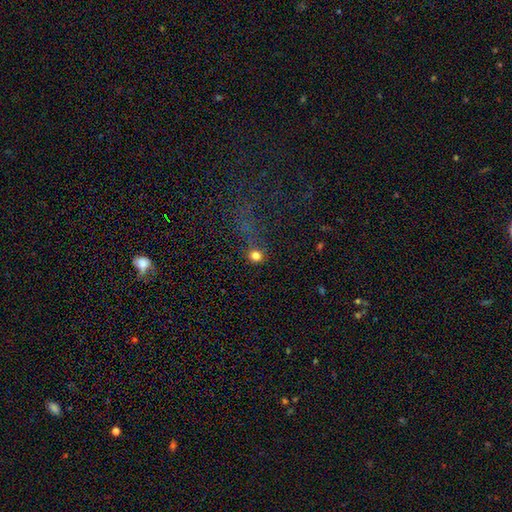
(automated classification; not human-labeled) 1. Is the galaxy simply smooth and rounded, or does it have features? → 76% smooth, 19% star or artifact, 5% featured or disk.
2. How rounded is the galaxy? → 89% round, 9% in between, 1% cigar-shaped.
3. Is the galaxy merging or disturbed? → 77% none, 12% minor disturbance, 7% major disturbance, 5% merger.